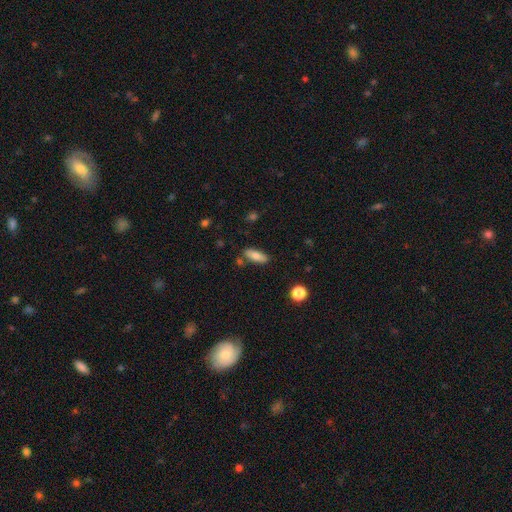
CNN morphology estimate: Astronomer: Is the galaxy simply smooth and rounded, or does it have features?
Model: smooth — 77%.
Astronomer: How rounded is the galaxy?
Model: in between — 67%.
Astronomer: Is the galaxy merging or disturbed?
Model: none — 78%.